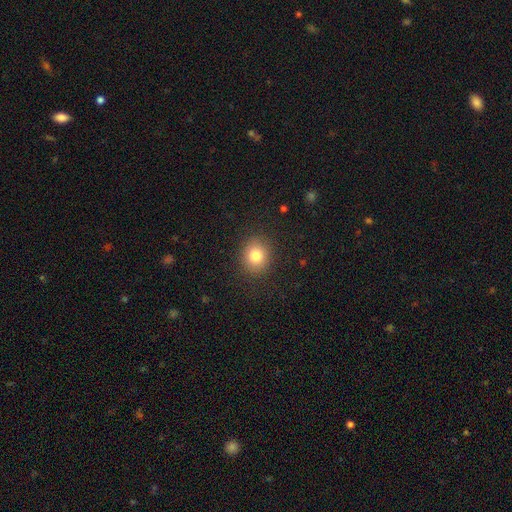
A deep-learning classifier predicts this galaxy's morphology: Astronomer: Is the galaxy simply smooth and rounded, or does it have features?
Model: smooth — 81%.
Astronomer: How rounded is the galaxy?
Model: round — 75%.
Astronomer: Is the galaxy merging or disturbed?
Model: none — 89%.